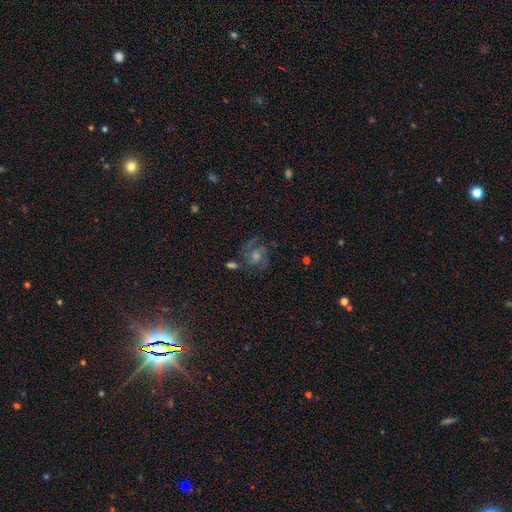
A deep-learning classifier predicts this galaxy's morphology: type=featured or disk (64%); edge-on=no (97%); bar=no (60%); spiral arms=yes (93%); winding=medium (50%); arm count=2 (35%); bulge=moderate (54%); merging=none (73%).